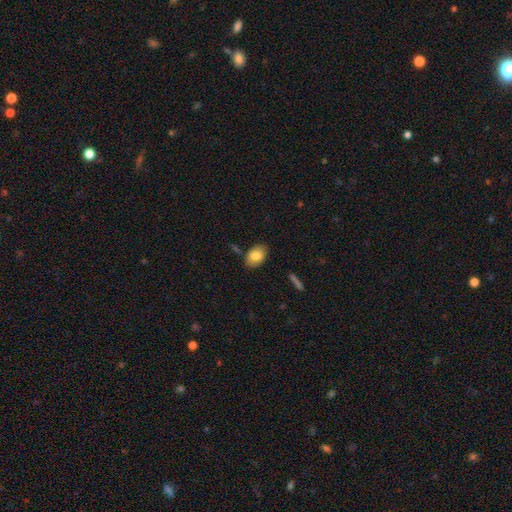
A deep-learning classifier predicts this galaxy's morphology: type=smooth (82%); roundness=in between (87%); merging=none (81%).